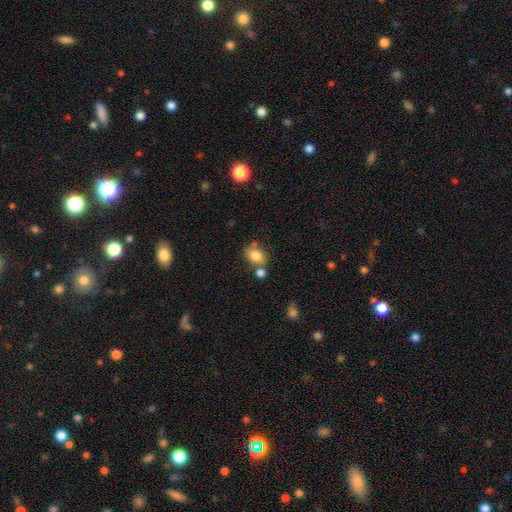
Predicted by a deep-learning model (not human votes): smooth 80%, featured or disk 11%, star or artifact 10%. Down the decision tree: how rounded — in between (66%); merging — none (58%).